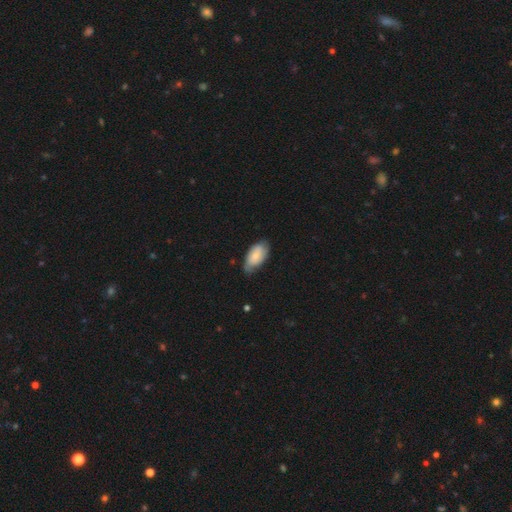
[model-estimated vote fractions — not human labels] smooth 63%, featured or disk 31%, star or artifact 6%. Down the decision tree: how rounded — in between (93%); merging — none (60%).